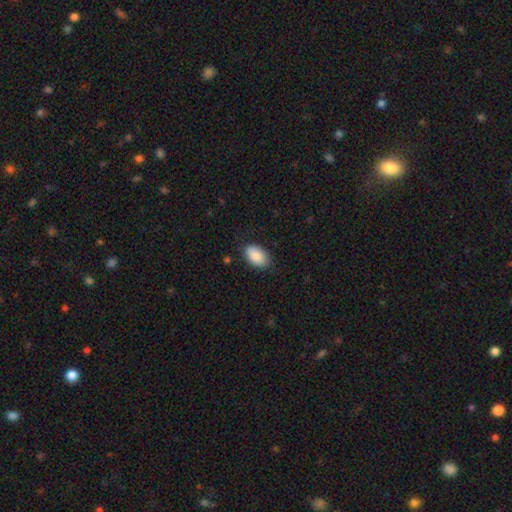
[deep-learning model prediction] A smooth galaxy with no disk features (88%) that is in between round and cigar-shaped (92%).

Vote fractions:
- Smooth or featured? smooth: 88% / star or artifact: 7% / featured or disk: 5%
- How rounded? in between: 92% / round: 7% / cigar-shaped: 1%
- Merging? none: 81% / minor disturbance: 15% / major disturbance: 3% / merger: 1%